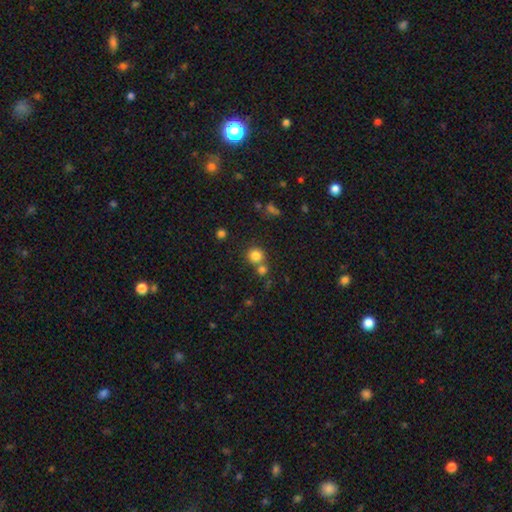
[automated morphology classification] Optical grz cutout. It shows a smooth galaxy with no disk features (81%) that is round (89%). Merging: none (62%).